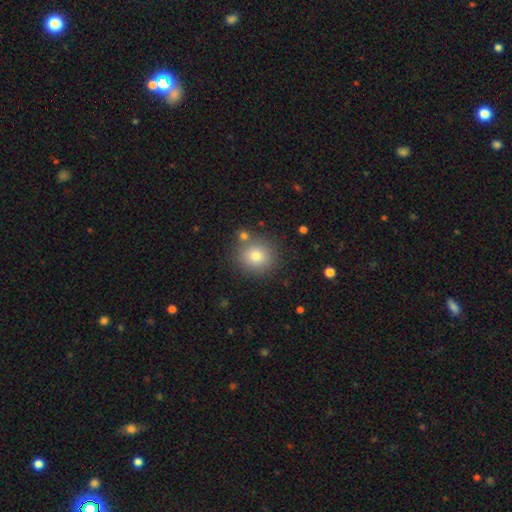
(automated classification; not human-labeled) Smooth or featured? Predicted: smooth (p=0.78). How rounded? Predicted: round (p=0.87). Merging? Predicted: none (p=0.81).